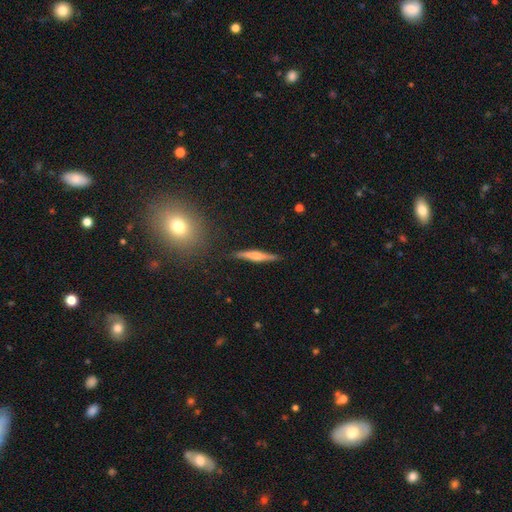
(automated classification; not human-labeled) Overall: featured or disk (55%; smooth 39%). Edge-on disk: yes (95%). Edge-on bulge: rounded (69%). Merging: none (85%).